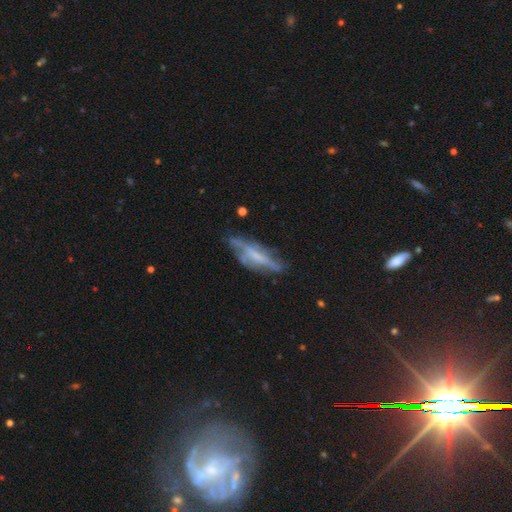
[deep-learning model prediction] A featured or disk galaxy (63%) viewed edge-on (57%). Merging: none (55%).